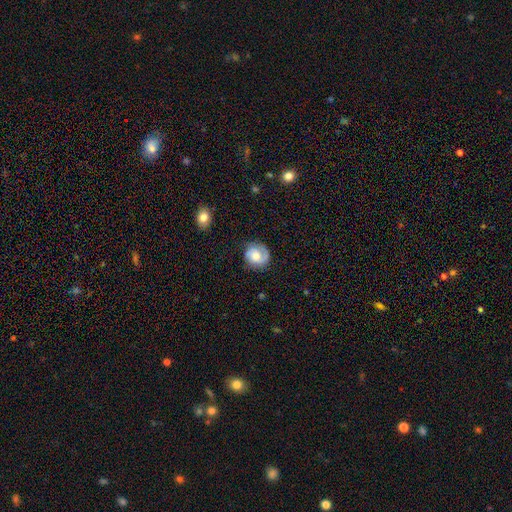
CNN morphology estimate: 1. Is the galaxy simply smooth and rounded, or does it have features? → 52% featured or disk, 41% smooth, 8% star or artifact.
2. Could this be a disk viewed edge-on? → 97% no, 3% yes.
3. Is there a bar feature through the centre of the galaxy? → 69% no, 26% weak, 4% strong.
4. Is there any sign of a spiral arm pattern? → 86% yes, 14% no.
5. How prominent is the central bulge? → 57% moderate, 21% small, 16% large, 4% none, 2% dominant.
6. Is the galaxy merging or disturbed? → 71% none, 19% minor disturbance, 8% major disturbance, 2% merger.